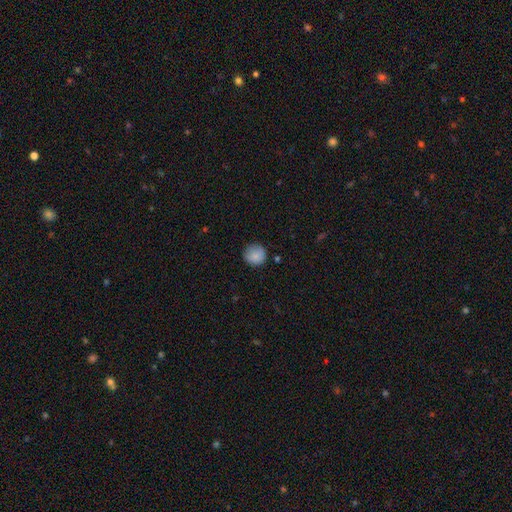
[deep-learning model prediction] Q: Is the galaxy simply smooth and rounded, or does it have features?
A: smooth — 85%.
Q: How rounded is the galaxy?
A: round — 90%.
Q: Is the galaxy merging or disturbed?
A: none — 80%.